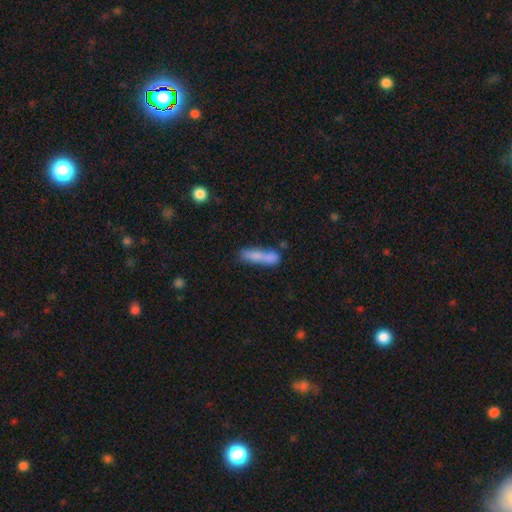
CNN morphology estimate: Smooth or featured?
  - smooth: 73% *
  - featured or disk: 19%
  - star or artifact: 8%
How rounded?
  - cigar-shaped: 68% *
  - in between: 29%
  - round: 3%
Merging?
  - none: 42% *
  - merger: 36%
  - minor disturbance: 16%
  - major disturbance: 7%